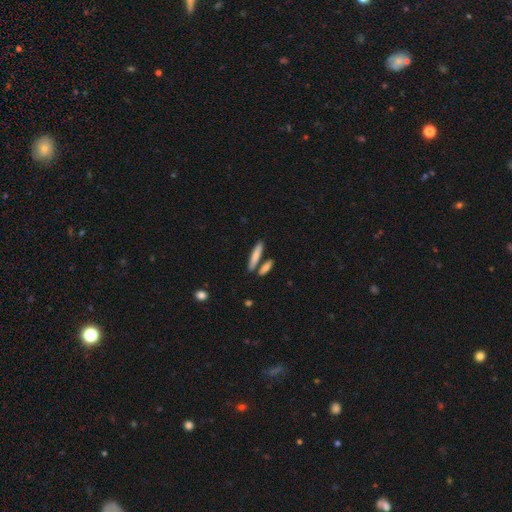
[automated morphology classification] Smooth or featured?
  - smooth: 77% *
  - featured or disk: 17%
  - star or artifact: 6%
How rounded?
  - cigar-shaped: 84% *
  - in between: 13%
  - round: 2%
Merging?
  - none: 74% *
  - merger: 15%
  - minor disturbance: 9%
  - major disturbance: 3%